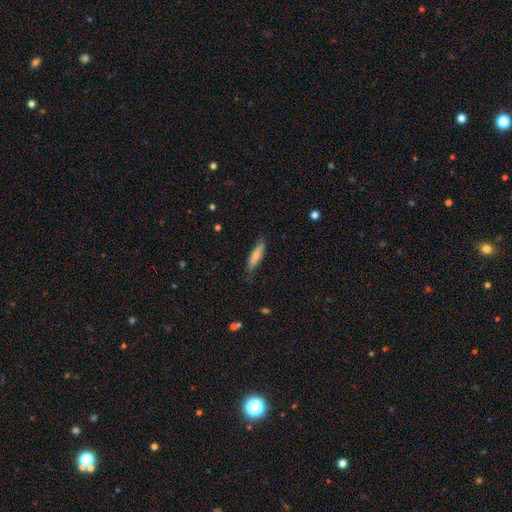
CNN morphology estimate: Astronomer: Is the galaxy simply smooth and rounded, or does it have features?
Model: smooth — 74%.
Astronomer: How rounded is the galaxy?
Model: cigar-shaped — 67%.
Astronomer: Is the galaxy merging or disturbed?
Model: none — 75%.